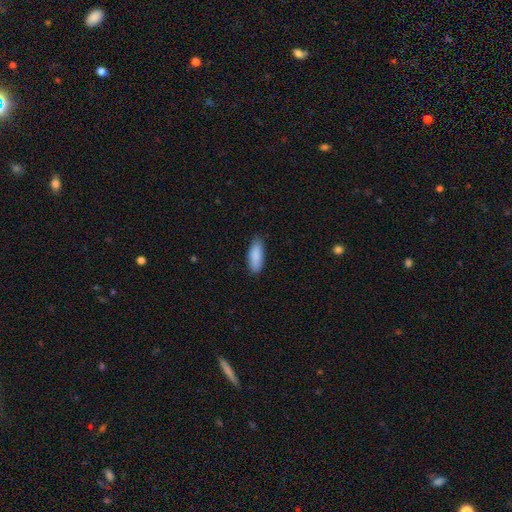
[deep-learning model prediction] A smooth galaxy with no disk features (89%) that is in between round and cigar-shaped (69%).

Vote fractions:
- Smooth or featured? smooth: 89% / star or artifact: 6% / featured or disk: 5%
- How rounded? in between: 69% / cigar-shaped: 30% / round: 2%
- Merging? none: 82% / minor disturbance: 14% / major disturbance: 2% / merger: 1%